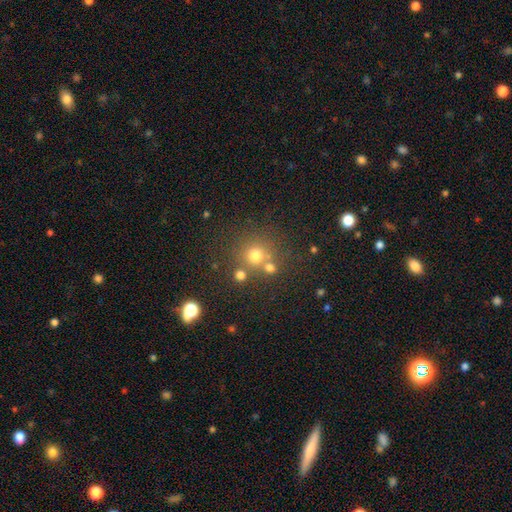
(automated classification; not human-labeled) smooth_or_featured: smooth (p=0.68) [alt: star or artifact p=0.21]
how_rounded: round (p=0.92) [alt: in between p=0.07]
merging: none (p=0.69) [alt: merger p=0.18]